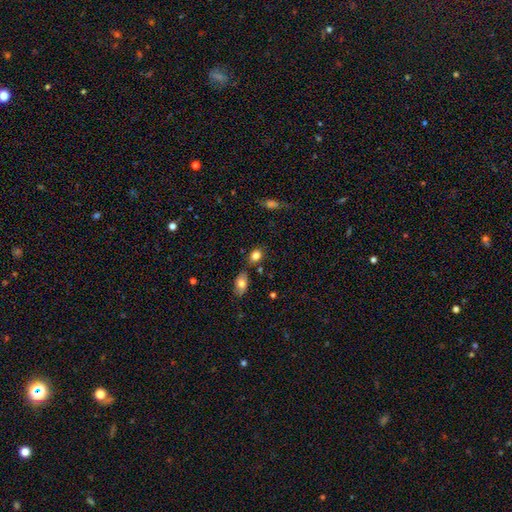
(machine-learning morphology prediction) Smooth or featured? smooth (84%)
How rounded? in between (67%)
Merging? none (68%)